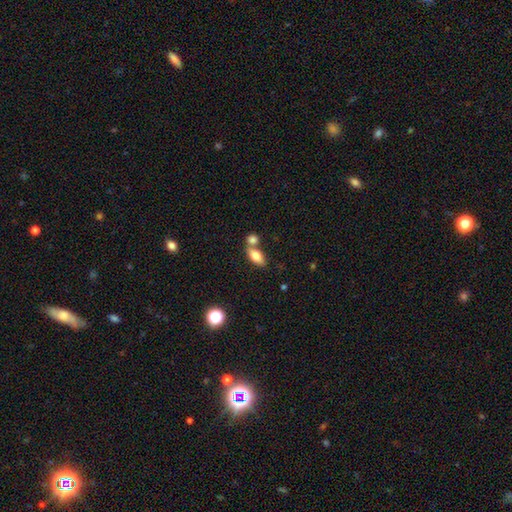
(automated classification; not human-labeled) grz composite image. It shows a smooth galaxy with no disk features (74%) that is in between round and cigar-shaped (82%). Merging: none (50%).